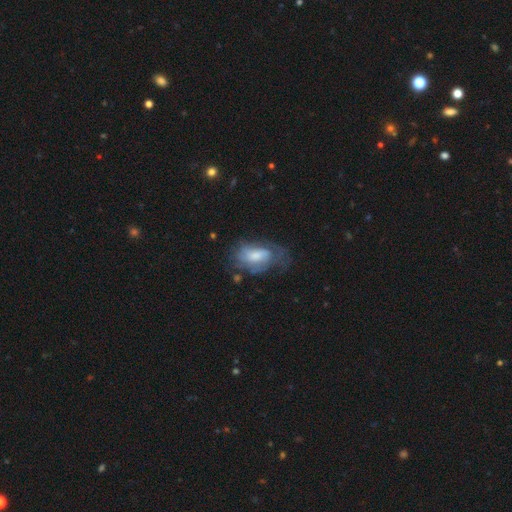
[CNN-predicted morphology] Smooth or featured? featured or disk (53%)
Edge-on disk? no (94%)
Merging? none (40%)